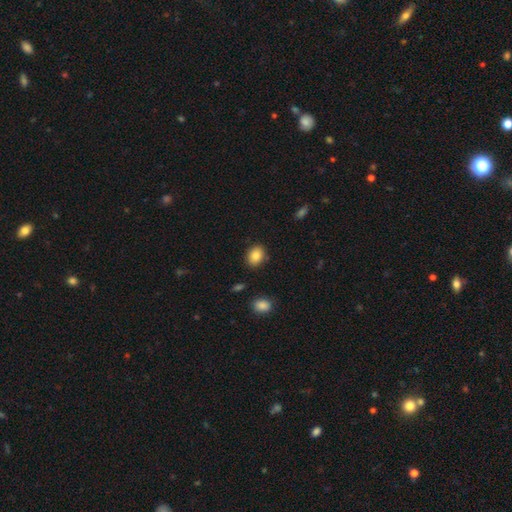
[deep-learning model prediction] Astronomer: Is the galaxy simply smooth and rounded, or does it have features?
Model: smooth — 86%.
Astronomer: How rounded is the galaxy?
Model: in between — 62% (runner-up: round, 37%).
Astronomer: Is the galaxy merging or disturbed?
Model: none — 86%.